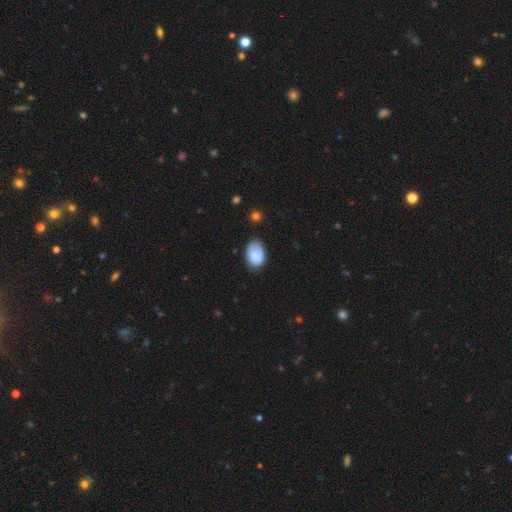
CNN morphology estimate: Smooth or featured? smooth (79%)
How rounded? in between (86%)
Merging? none (58%)